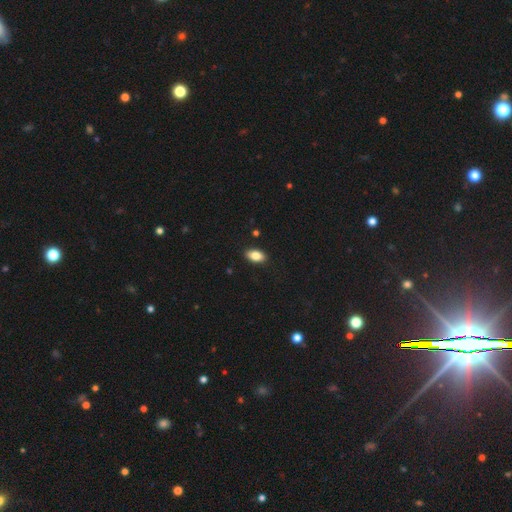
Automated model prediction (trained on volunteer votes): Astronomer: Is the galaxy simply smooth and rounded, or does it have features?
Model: smooth — 85%.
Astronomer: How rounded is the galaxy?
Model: in between — 91%.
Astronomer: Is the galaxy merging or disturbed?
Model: none — 89%.